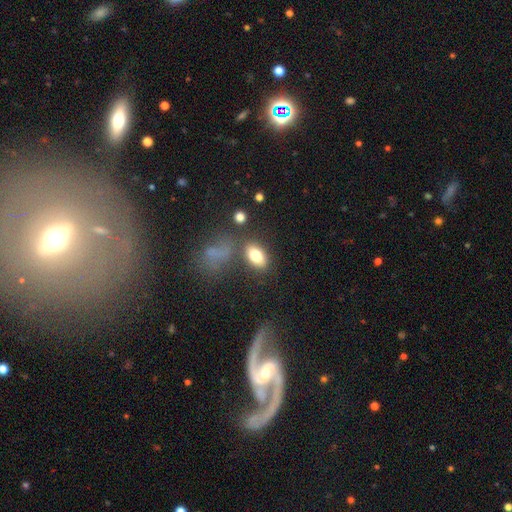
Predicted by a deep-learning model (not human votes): smooth_or_featured: smooth (p=0.79) [alt: featured or disk p=0.12]
how_rounded: in between (p=0.89) [alt: round p=0.08]
merging: none (p=0.70) [alt: minor disturbance p=0.13]